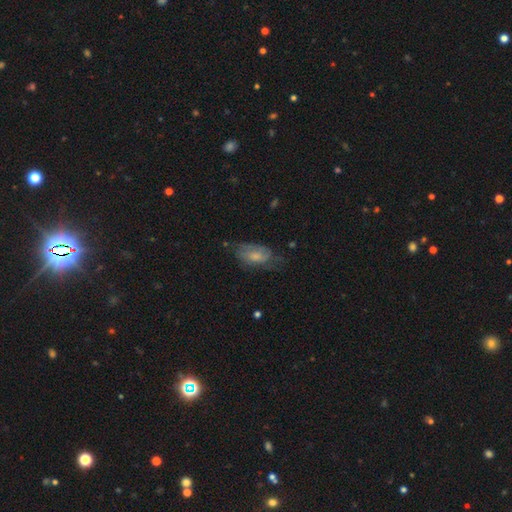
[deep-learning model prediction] smooth-or-featured: smooth: 53% | featured or disk: 38% | star or artifact: 8%
  how-rounded: in between: 89% | cigar-shaped: 6% | round: 5%
  merging: none: 50% | minor disturbance: 31% | major disturbance: 17% | merger: 2%